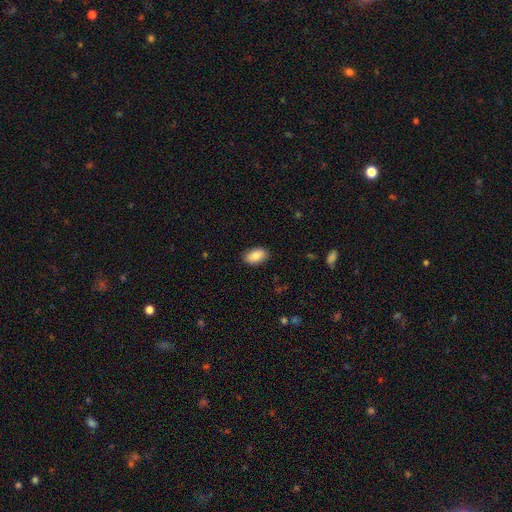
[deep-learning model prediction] Morphology: type=smooth (85%); roundness=in between (93%); merging=none (88%).